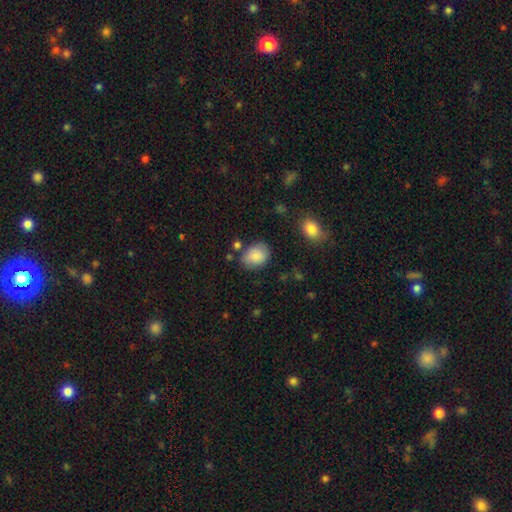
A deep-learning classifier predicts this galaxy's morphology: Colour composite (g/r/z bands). It shows a smooth galaxy with no disk features (85%) that is in between round and cigar-shaped (68%). Merging: none (72%).